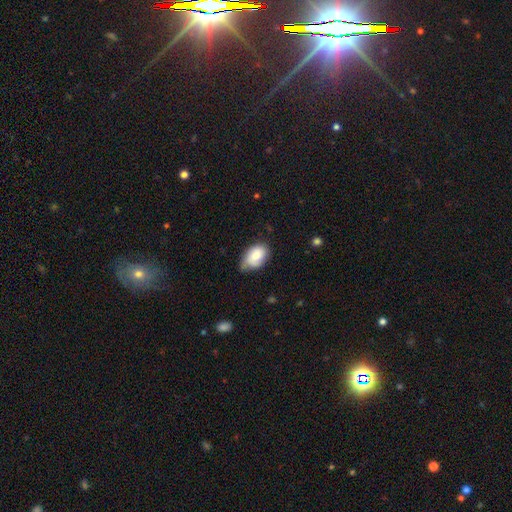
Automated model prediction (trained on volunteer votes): smooth-or-featured: smooth: 74% | featured or disk: 19% | star or artifact: 7%
  how-rounded: in between: 89% | round: 10% | cigar-shaped: 1%
  merging: none: 52% | minor disturbance: 38% | major disturbance: 8% | merger: 2%